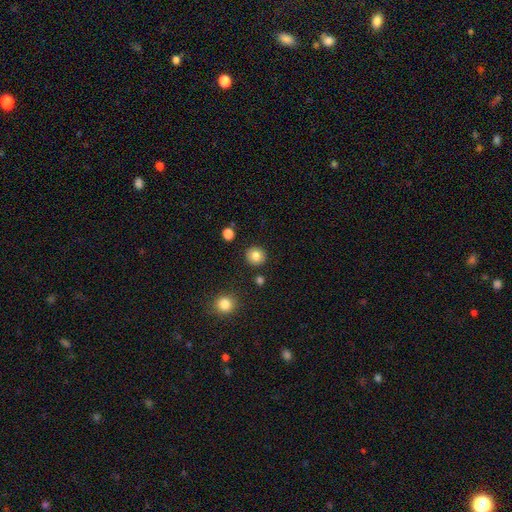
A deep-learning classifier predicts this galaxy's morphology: Smooth or featured: smooth — 83% (star or artifact — 10%)
How rounded: round — 90% (in between — 9%)
Merging: none — 90% (minor disturbance — 6%)